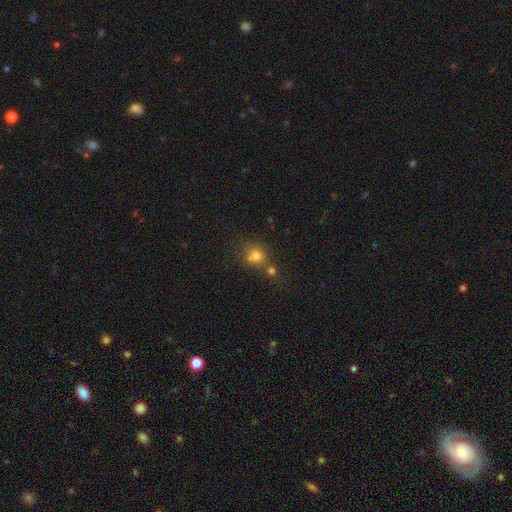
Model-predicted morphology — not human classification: This appears to be a smooth galaxy with no disk features (73%) that is round (81%). Merging: none (49%).